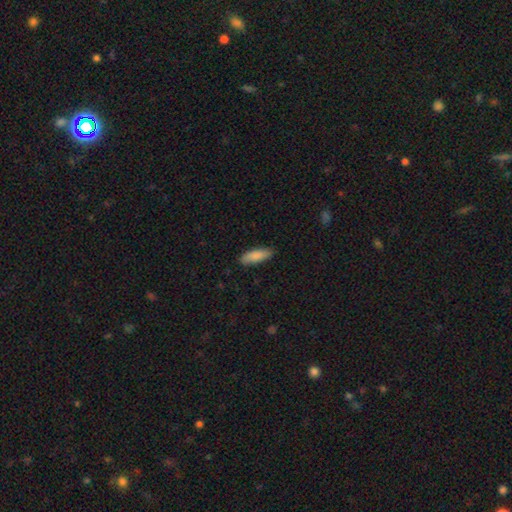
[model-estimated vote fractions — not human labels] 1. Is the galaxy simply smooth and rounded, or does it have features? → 87% smooth, 7% featured or disk, 6% star or artifact.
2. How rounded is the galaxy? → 60% in between, 38% cigar-shaped, 2% round.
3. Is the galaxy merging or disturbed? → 85% none, 12% minor disturbance, 2% major disturbance, 1% merger.